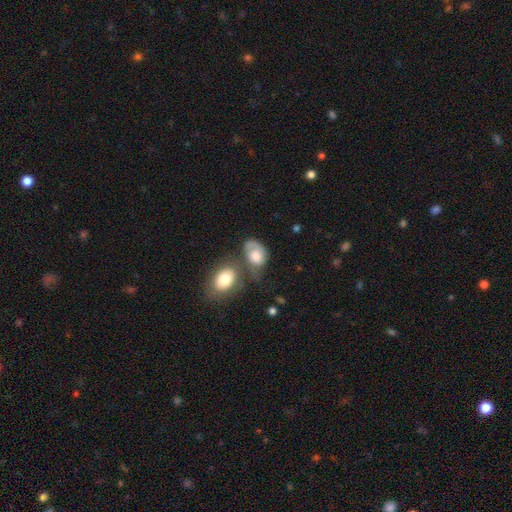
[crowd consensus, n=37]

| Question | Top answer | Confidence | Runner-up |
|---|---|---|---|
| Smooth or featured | smooth | 59% | featured or disk (32%) |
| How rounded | in between | 91% | round (5%) |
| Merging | merger | 41% | major disturbance (32%) |